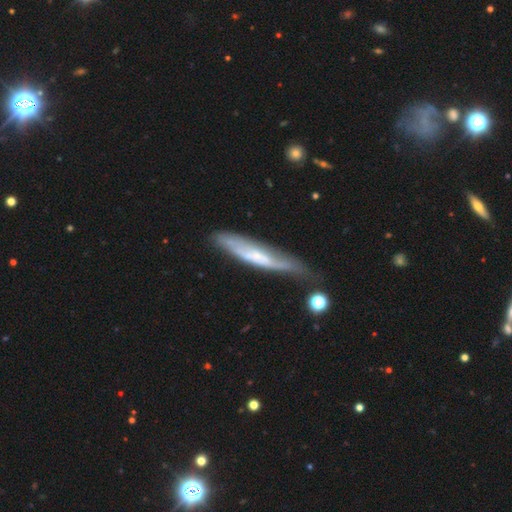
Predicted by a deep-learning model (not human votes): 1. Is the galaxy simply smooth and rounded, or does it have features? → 61% featured or disk, 32% smooth, 7% star or artifact.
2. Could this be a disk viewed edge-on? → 61% yes, 39% no.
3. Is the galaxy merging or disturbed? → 54% none, 29% minor disturbance, 11% major disturbance, 5% merger.